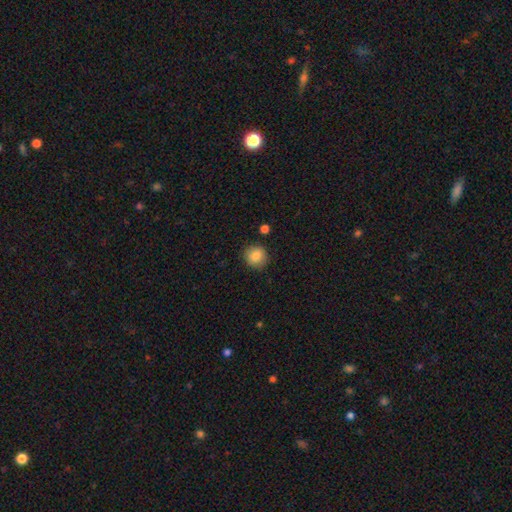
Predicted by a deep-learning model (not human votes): smooth-or-featured: smooth: 86% | star or artifact: 9% | featured or disk: 5%
  how-rounded: round: 90% | in between: 9% | cigar-shaped: 1%
  merging: none: 87% | minor disturbance: 8% | merger: 2% | major disturbance: 2%